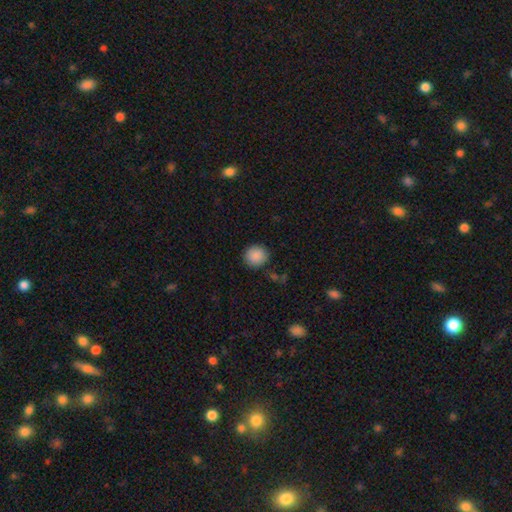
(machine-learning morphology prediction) This is clearly a smooth galaxy (89%). How rounded: clearly round (89%). Merging: clearly none (87%).